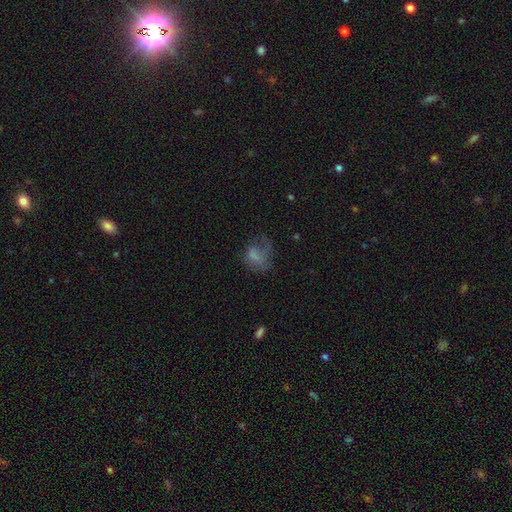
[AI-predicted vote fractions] Q: Smooth or featured?
A: smooth (59%); runner-up: featured or disk (28%)
Q: How rounded?
A: in between (57%); runner-up: round (42%)
Q: Merging?
A: major disturbance (43%); runner-up: none (31%)